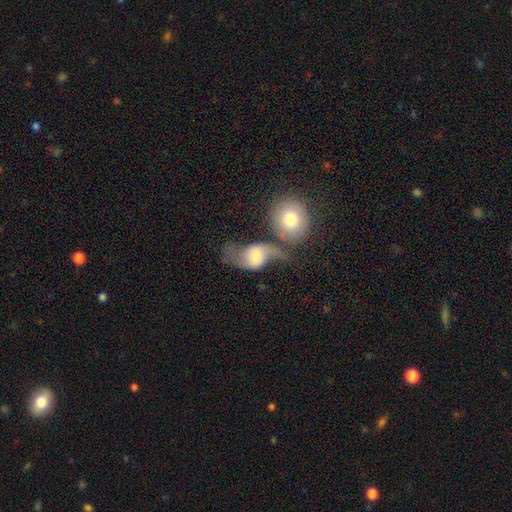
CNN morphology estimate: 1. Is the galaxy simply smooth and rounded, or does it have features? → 65% featured or disk, 27% smooth, 8% star or artifact.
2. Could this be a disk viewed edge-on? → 96% no, 4% yes.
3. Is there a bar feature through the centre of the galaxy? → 47% no, 40% weak, 13% strong.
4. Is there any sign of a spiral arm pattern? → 88% yes, 12% no.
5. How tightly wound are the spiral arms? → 83% loose, 13% medium, 4% tight.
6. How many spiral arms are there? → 89% 2, 6% 1, 3% can't tell, 1% 3, 1% 4, 1% more than 4.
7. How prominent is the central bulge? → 42% moderate, 28% small, 17% large, 9% none, 4% dominant.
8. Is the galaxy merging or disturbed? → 34% none, 29% merger, 19% major disturbance, 18% minor disturbance.